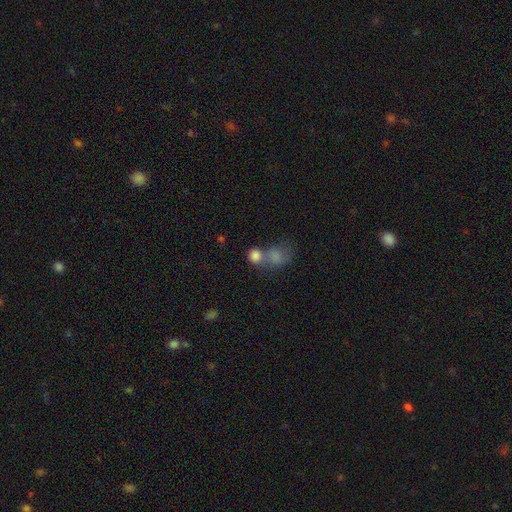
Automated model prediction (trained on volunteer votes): Overall: smooth (81%). How rounded: round (76%). Merging: merger (50%; none 35%).